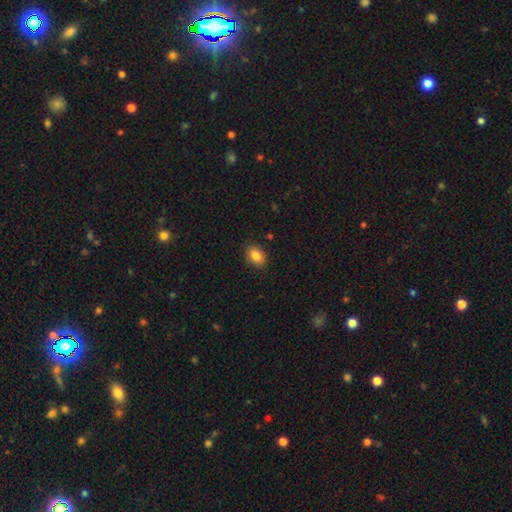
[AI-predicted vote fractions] Q: Smooth or featured?
A: smooth (85%); runner-up: star or artifact (9%)
Q: How rounded?
A: in between (68%); runner-up: round (31%)
Q: Merging?
A: none (87%); runner-up: minor disturbance (10%)